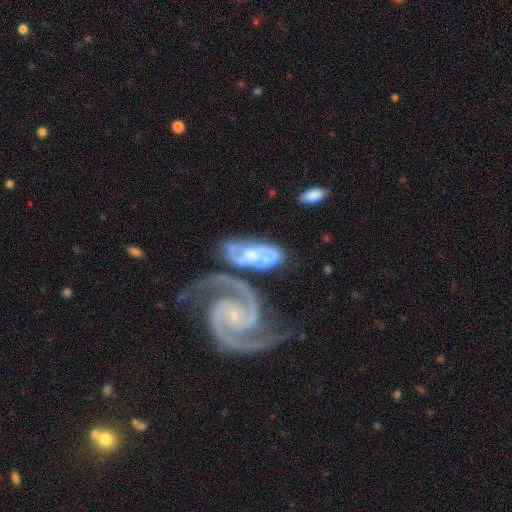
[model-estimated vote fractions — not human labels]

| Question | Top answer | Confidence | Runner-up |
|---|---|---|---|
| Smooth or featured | featured or disk | 82% | smooth (13%) |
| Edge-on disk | no | 95% | yes (5%) |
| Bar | no | 62% | weak (29%) |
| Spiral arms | yes | 93% | no (7%) |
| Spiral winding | medium | 49% | tight (35%) |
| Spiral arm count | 2 | 83% | can't tell (7%) |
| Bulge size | small | 57% | moderate (33%) |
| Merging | merger | 39% | none (33%) |